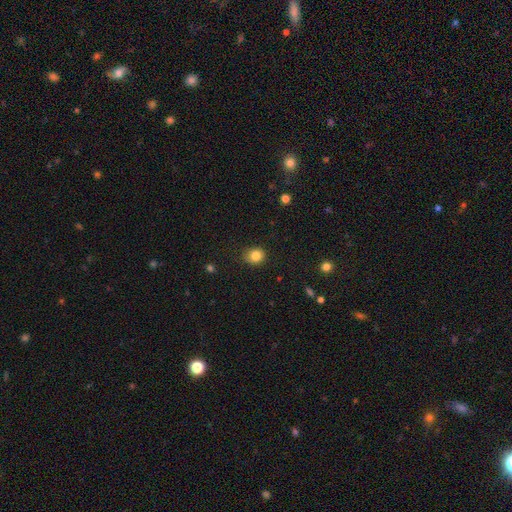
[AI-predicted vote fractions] This is clearly a smooth galaxy (84%). How rounded: likely round (77%). Merging: clearly none (83%).